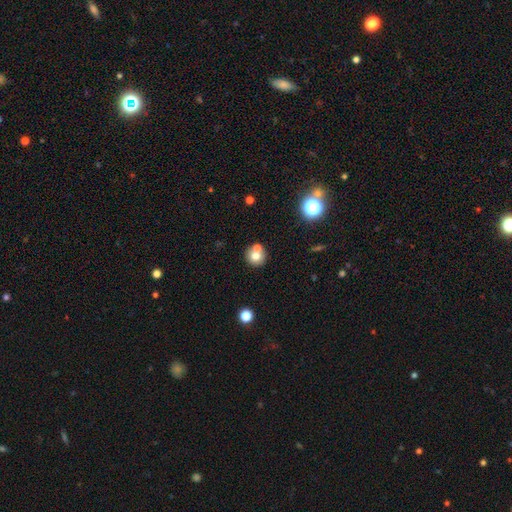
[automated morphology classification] This appears to be a smooth galaxy with no disk features (71%) that is round (90%). Merging: none (56%).